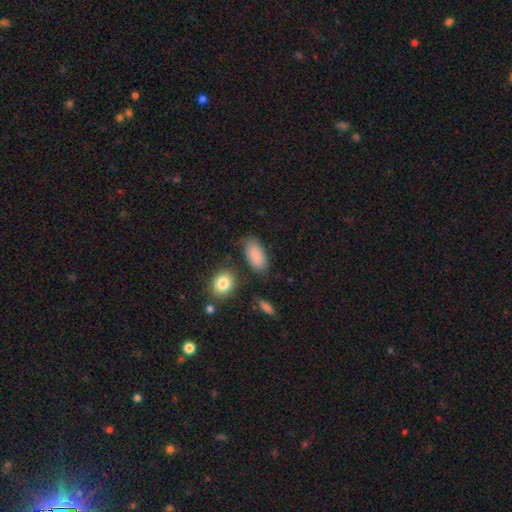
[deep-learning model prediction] Q: Smooth or featured?
A: smooth (86%); runner-up: star or artifact (7%)
Q: How rounded?
A: in between (92%); runner-up: cigar-shaped (5%)
Q: Merging?
A: none (73%); runner-up: minor disturbance (17%)